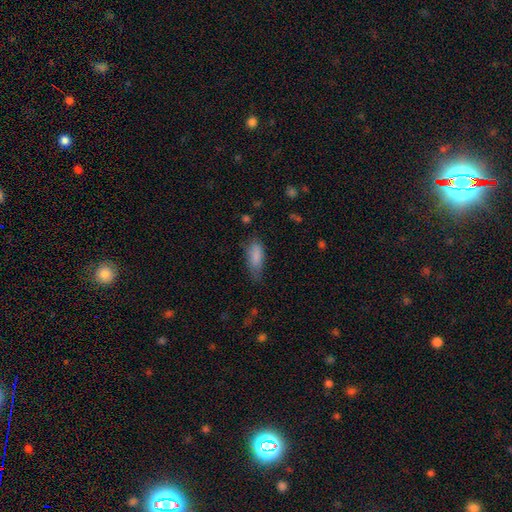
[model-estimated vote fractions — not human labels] Smooth or featured? smooth (85%)
How rounded? in between (81%)
Merging? none (55%)